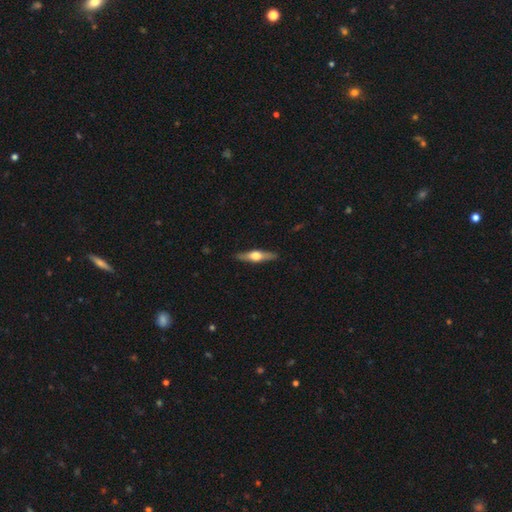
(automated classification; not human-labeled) Smooth or featured? Predicted: featured or disk (p=0.67). Edge-on disk? Predicted: yes (p=0.97). Edge-on bulge? Predicted: rounded (p=0.95). Merging? Predicted: none (p=0.90).